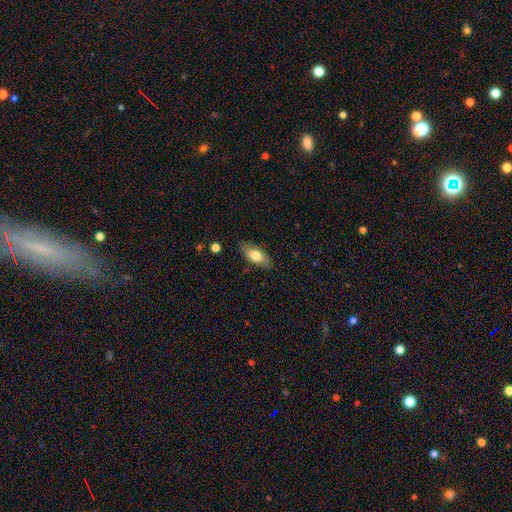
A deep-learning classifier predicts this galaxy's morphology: This appears to be a smooth galaxy with no disk features (70%) that is in between round and cigar-shaped (86%). Merging: none (83%).